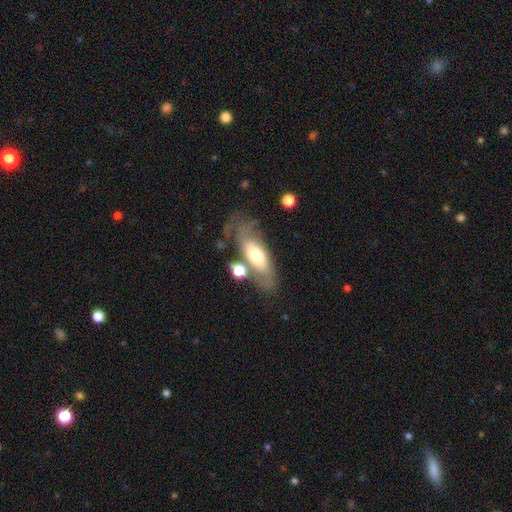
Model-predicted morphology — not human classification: This appears to be a smooth galaxy with no disk features (48%). Merging: none (53%).